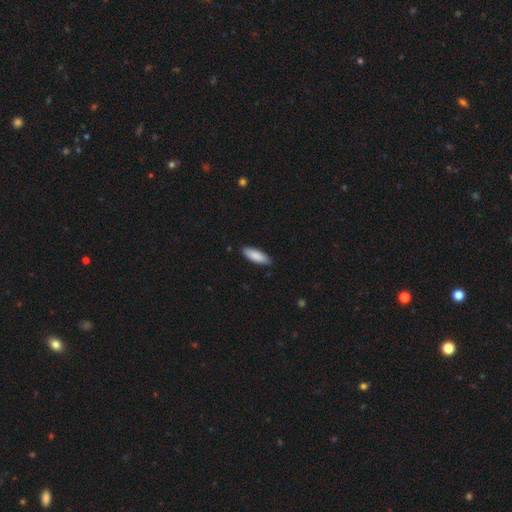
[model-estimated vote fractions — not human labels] A smooth galaxy with no disk features (88%) that is in between round and cigar-shaped (58%).

Vote fractions:
- Smooth or featured? smooth: 88% / featured or disk: 6% / star or artifact: 5%
- How rounded? in between: 58% / cigar-shaped: 40% / round: 1%
- Merging? none: 87% / minor disturbance: 11% / major disturbance: 2% / merger: 1%